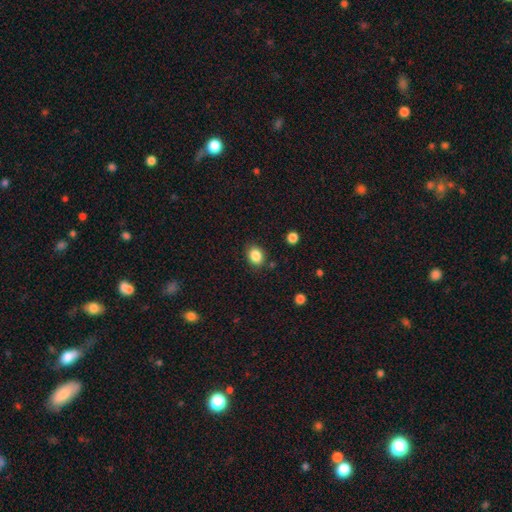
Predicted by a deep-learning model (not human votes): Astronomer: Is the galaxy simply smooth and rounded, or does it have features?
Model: smooth — 86%.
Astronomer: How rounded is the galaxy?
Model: round — 51% (runner-up: in between, 48%).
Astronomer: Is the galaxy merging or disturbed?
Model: none — 84%.